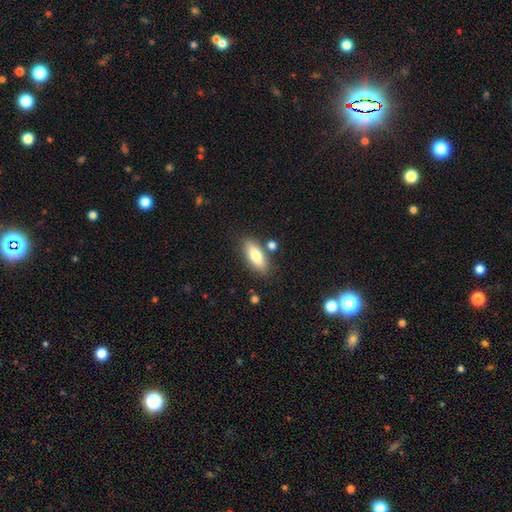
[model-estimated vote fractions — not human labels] Morphology: type=smooth (71%); roundness=in between (71%); merging=none (79%).